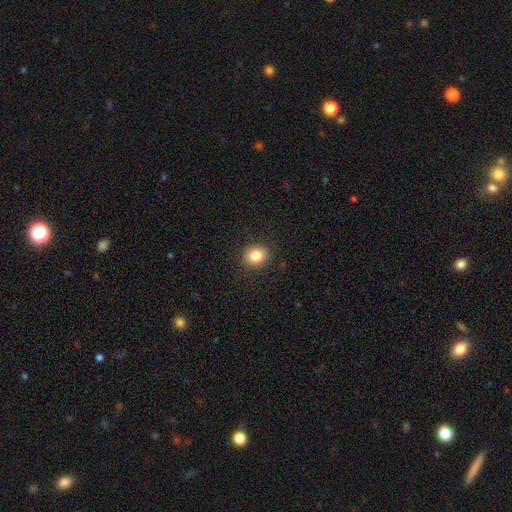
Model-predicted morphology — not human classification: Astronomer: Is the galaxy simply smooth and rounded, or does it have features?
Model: smooth — 84%.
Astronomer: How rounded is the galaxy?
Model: round — 76%.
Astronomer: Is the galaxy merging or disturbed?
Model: none — 90%.